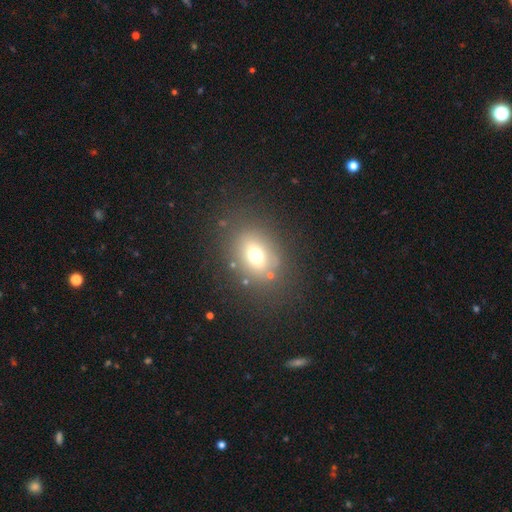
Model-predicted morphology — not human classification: Smooth or featured: smooth — 66% (featured or disk — 17%)
How rounded: in between — 58% (round — 41%)
Merging: none — 78% (minor disturbance — 12%)